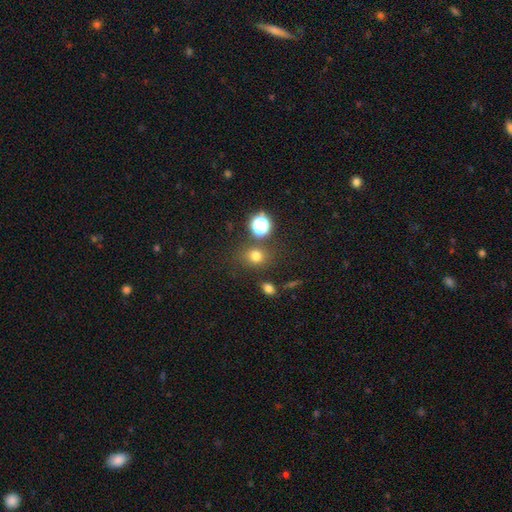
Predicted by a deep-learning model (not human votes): This appears to be a smooth galaxy with no disk features (71%) that is round (68%). Merging: none (76%).